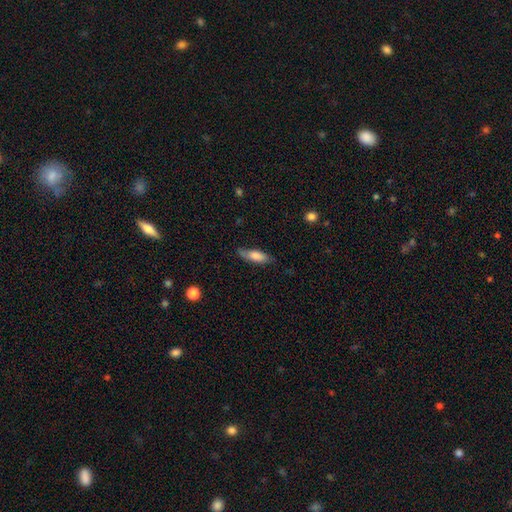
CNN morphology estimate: smooth 75%, featured or disk 18%, star or artifact 6%. Down the decision tree: how rounded — in between (55%); merging — none (74%).